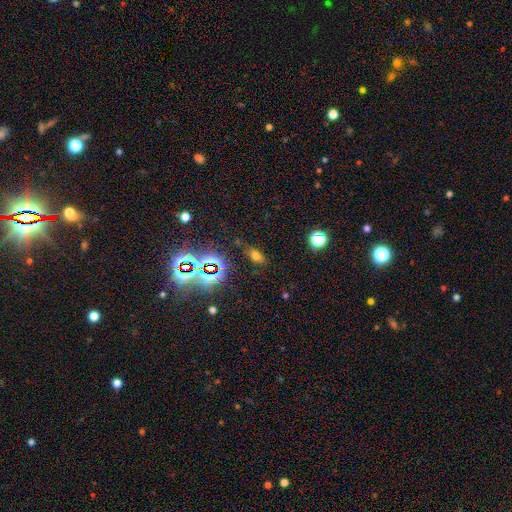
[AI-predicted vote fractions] smooth-or-featured: smooth: 58% | star or artifact: 33% | featured or disk: 10%
  how-rounded: in between: 81% | round: 11% | cigar-shaped: 8%
  merging: none: 78% | minor disturbance: 14% | major disturbance: 5% | merger: 4%